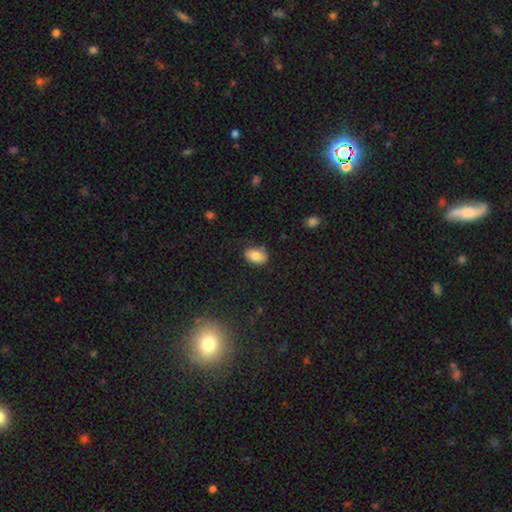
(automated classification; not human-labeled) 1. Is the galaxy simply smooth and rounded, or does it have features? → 81% smooth, 10% featured or disk, 8% star or artifact.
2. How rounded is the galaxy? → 88% in between, 11% round, 1% cigar-shaped.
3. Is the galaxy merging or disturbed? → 75% none, 19% minor disturbance, 4% major disturbance, 2% merger.